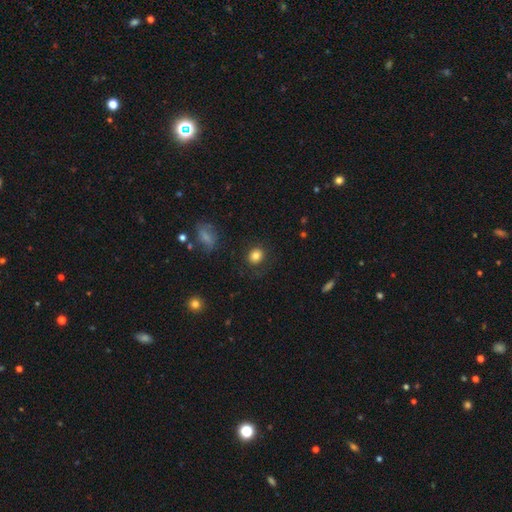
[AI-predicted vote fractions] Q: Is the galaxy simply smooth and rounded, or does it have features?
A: smooth — 82%.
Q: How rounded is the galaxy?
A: round — 70%.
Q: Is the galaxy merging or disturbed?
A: none — 83%.